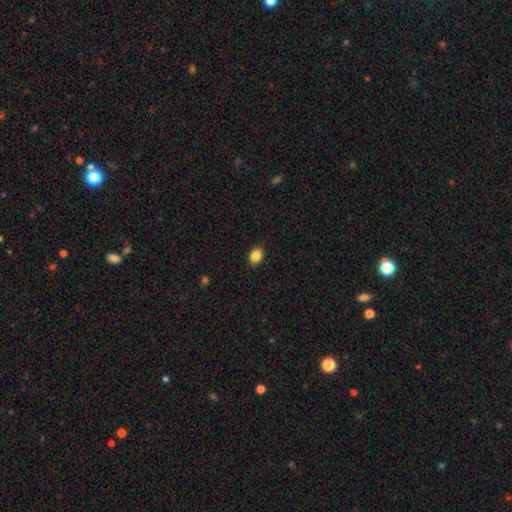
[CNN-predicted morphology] A smooth galaxy with no disk features (87%) that is in between round and cigar-shaped (80%). Merging: none (90%).